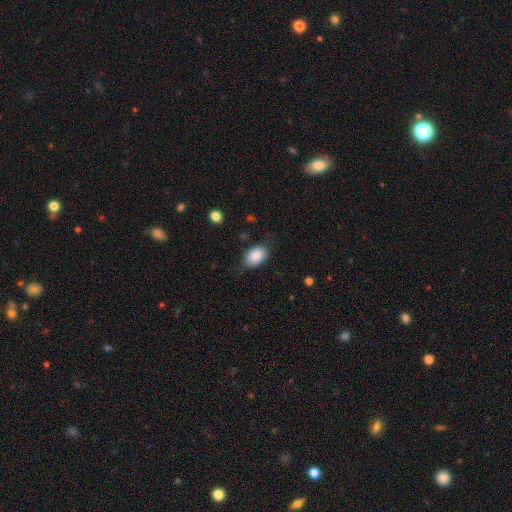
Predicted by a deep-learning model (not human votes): A smooth galaxy with no disk features (88%) that is in between round and cigar-shaped (85%). Merging: none (75%).